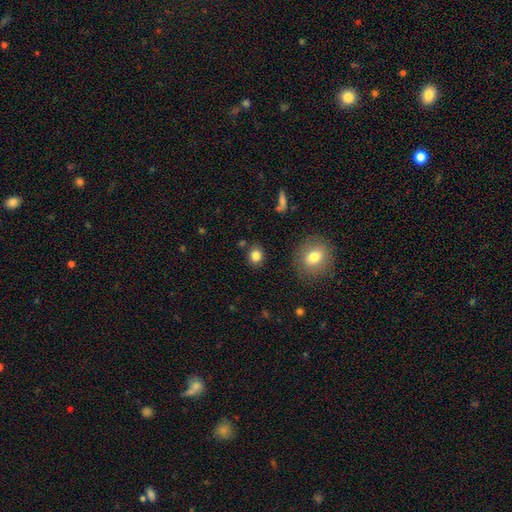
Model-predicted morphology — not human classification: A smooth galaxy with no disk features (83%) that is round (74%).

Vote fractions:
- Smooth or featured? smooth: 83% / star or artifact: 12% / featured or disk: 6%
- How rounded? round: 74% / in between: 25% / cigar-shaped: 1%
- Merging? none: 87% / minor disturbance: 8% / merger: 3% / major disturbance: 2%